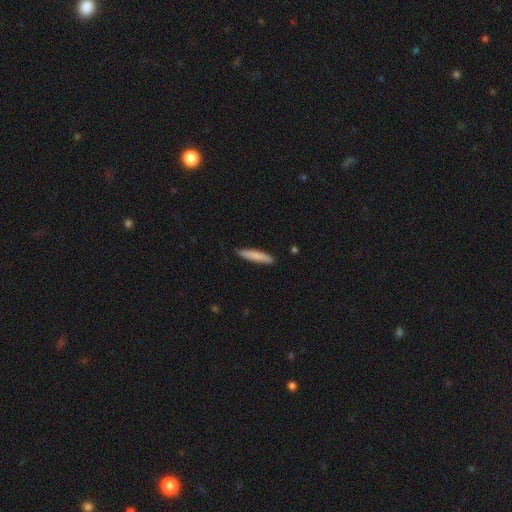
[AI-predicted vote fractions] Smooth or featured? smooth (81%)
How rounded? cigar-shaped (90%)
Merging? none (85%)